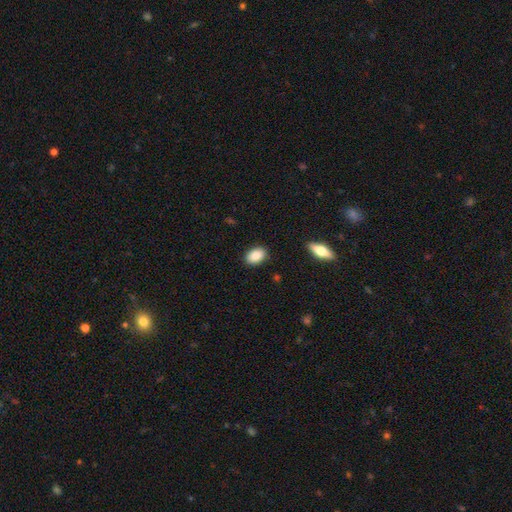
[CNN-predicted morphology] This appears to be a smooth galaxy with no disk features (88%) that is in between round and cigar-shaped (87%). Merging: none (88%).